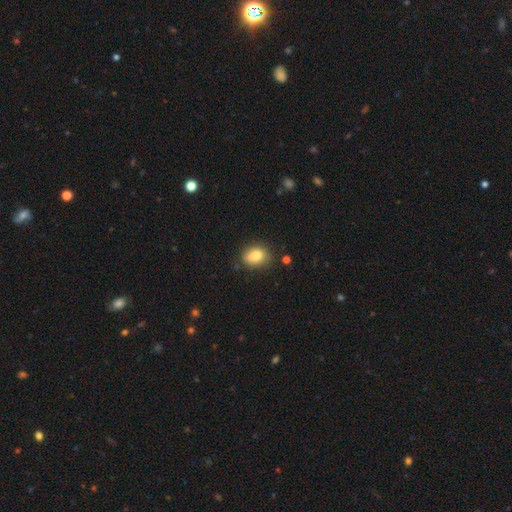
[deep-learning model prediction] Smooth or featured?
  - smooth: 78% *
  - featured or disk: 12%
  - star or artifact: 10%
How rounded?
  - in between: 65% *
  - round: 34%
  - cigar-shaped: 2%
Merging?
  - none: 60% *
  - minor disturbance: 24%
  - merger: 10%
  - major disturbance: 6%